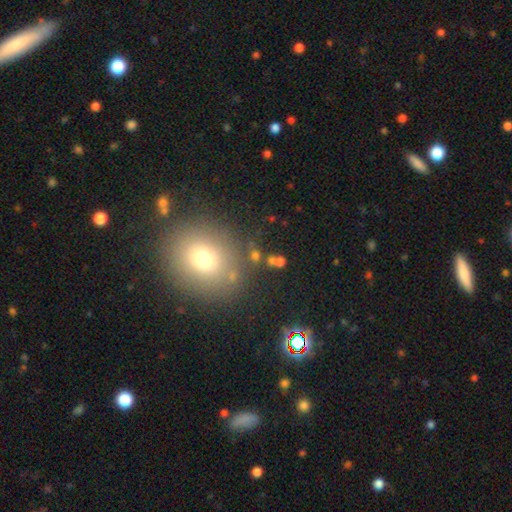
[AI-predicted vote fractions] Q: Smooth or featured?
A: smooth (64%); runner-up: star or artifact (24%)
Q: How rounded?
A: round (72%); runner-up: in between (26%)
Q: Merging?
A: none (75%); runner-up: minor disturbance (10%)